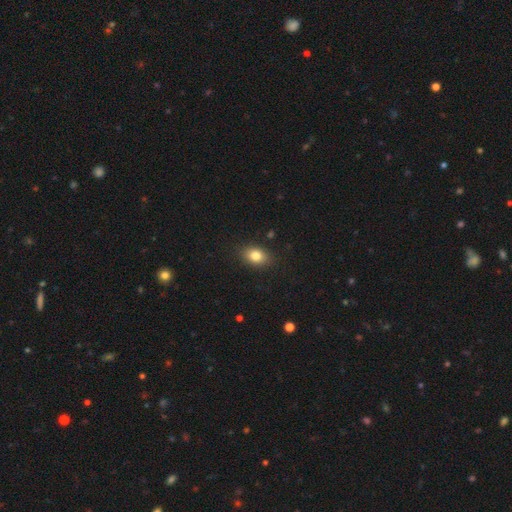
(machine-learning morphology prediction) Smooth or featured: smooth — 82% (star or artifact — 9%)
How rounded: in between — 77% (round — 21%)
Merging: none — 87% (minor disturbance — 9%)